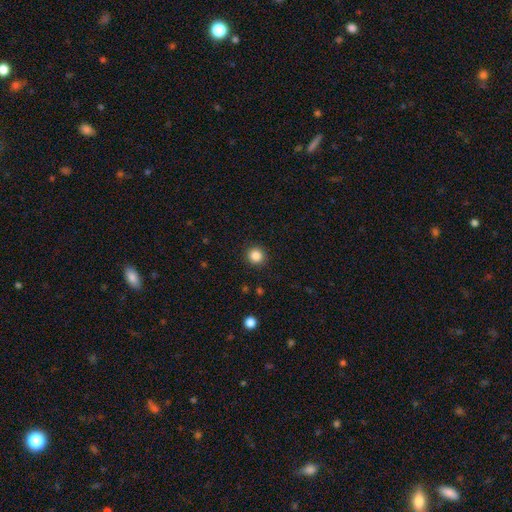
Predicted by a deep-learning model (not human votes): This is clearly a smooth galaxy (85%). How rounded: clearly round (93%). Merging: clearly none (92%).